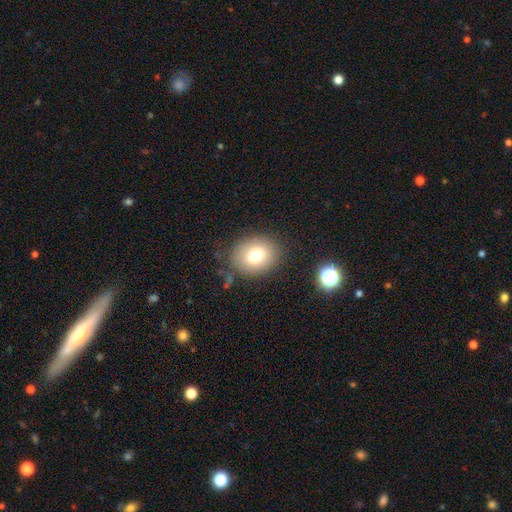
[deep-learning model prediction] smooth-or-featured: smooth: 75% | featured or disk: 13% | star or artifact: 11%
  how-rounded: round: 53% | in between: 46% | cigar-shaped: 1%
  merging: none: 81% | minor disturbance: 12% | major disturbance: 5% | merger: 3%